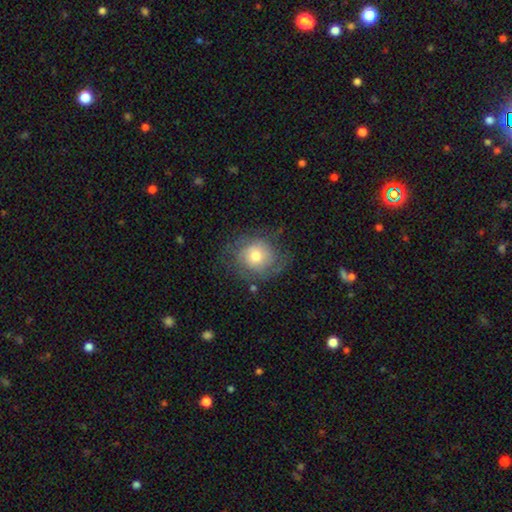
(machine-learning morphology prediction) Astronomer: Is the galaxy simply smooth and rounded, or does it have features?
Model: featured or disk — 48% (runner-up: smooth, 44%).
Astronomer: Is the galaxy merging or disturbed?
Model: none — 67%.